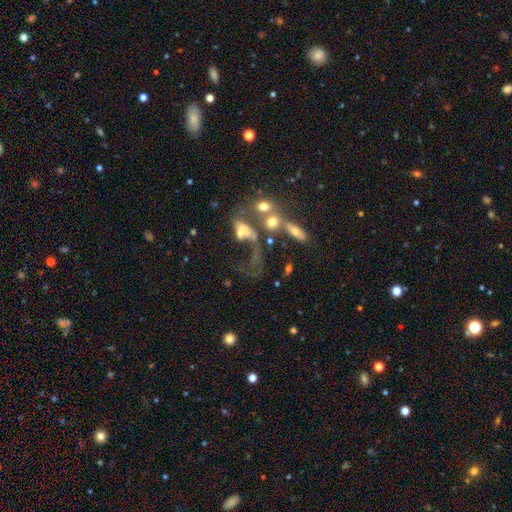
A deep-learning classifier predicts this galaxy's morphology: smooth_or_featured: featured or disk (p=0.50) [alt: smooth p=0.26]
merging: merger (p=0.53) [alt: none p=0.21]